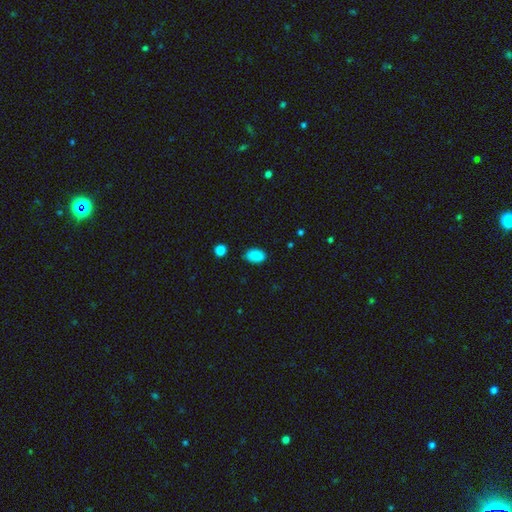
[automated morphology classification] Smooth or featured? Predicted: smooth (p=0.87). How rounded? Predicted: in between (p=0.86). Merging? Predicted: none (p=0.80).